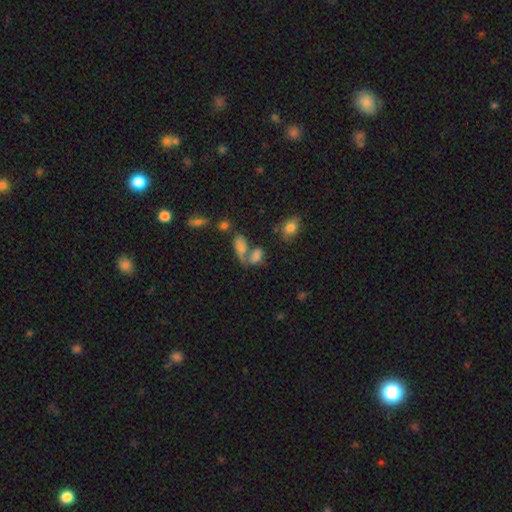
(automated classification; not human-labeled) smooth-or-featured: smooth: 70% | featured or disk: 16% | star or artifact: 15%
  how-rounded: in between: 85% | round: 9% | cigar-shaped: 6%
  merging: merger: 54% | none: 26% | minor disturbance: 11% | major disturbance: 9%